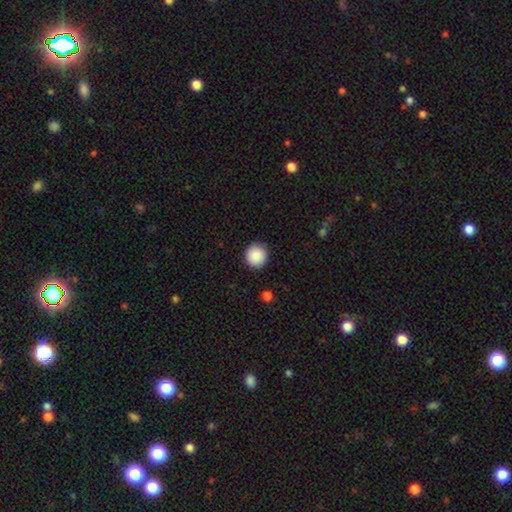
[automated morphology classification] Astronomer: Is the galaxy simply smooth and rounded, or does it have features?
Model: smooth — 89%.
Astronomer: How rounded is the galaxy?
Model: round — 95%.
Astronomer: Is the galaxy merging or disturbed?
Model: none — 90%.